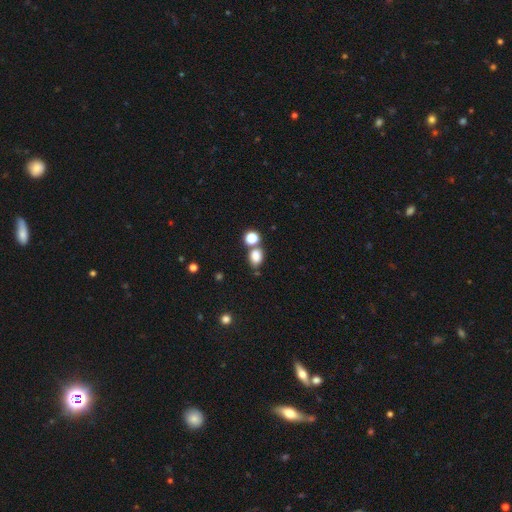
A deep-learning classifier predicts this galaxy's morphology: smooth_or_featured: smooth (p=0.81) [alt: star or artifact p=0.13]
how_rounded: in between (p=0.66) [alt: round p=0.32]
merging: none (p=0.58) [alt: merger p=0.26]